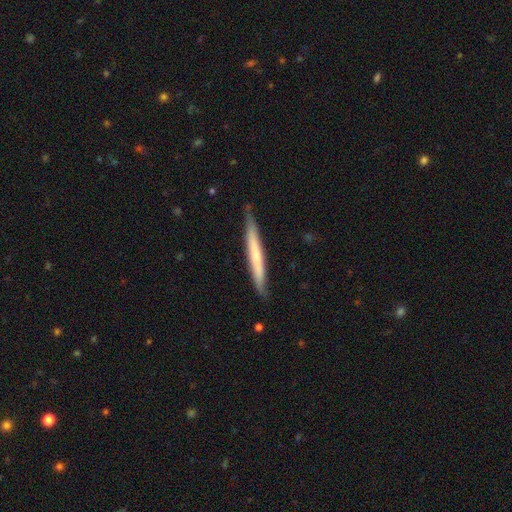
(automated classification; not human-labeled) The model was most divided on "smooth or featured": smooth: 53%, featured or disk: 42%, star or artifact: 5%. More confident: how rounded — cigar-shaped (97%); merging — none (82%).